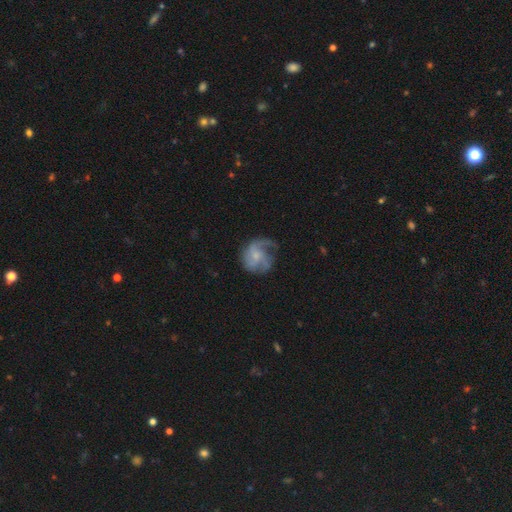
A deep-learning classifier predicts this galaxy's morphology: featured or disk 71%, smooth 22%, star or artifact 7%. Down the decision tree: edge-on disk — no (98%); bar — no (69%); spiral arms — yes (90%); spiral arm count — 3 (37%); spiral winding — medium (45%); bulge size — small (59%); merging — none (52%).